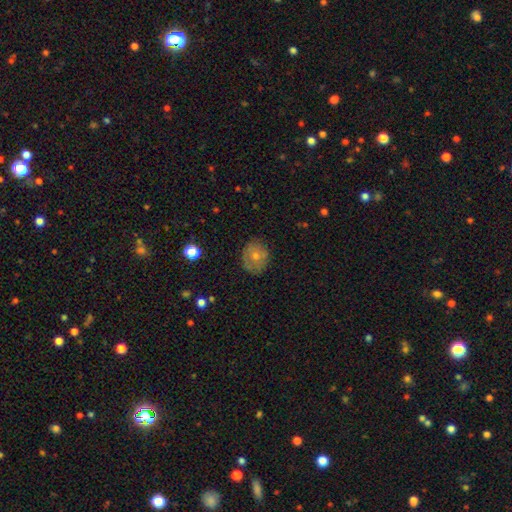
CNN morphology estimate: Smooth or featured? smooth (55%)
How rounded? round (70%)
Merging? none (80%)